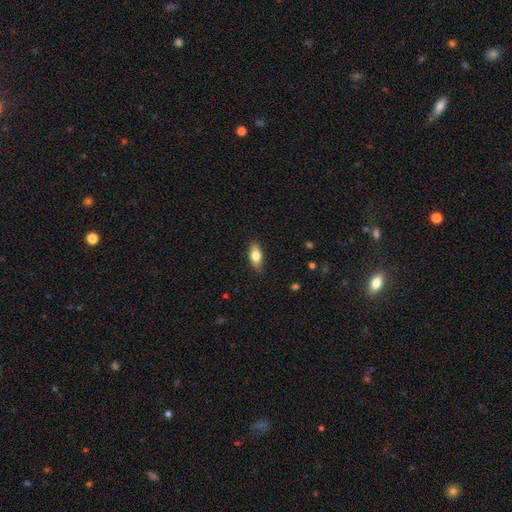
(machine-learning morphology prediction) Q: Smooth or featured?
A: smooth (75%); runner-up: featured or disk (19%)
Q: How rounded?
A: in between (82%); runner-up: cigar-shaped (14%)
Q: Merging?
A: none (83%); runner-up: minor disturbance (14%)